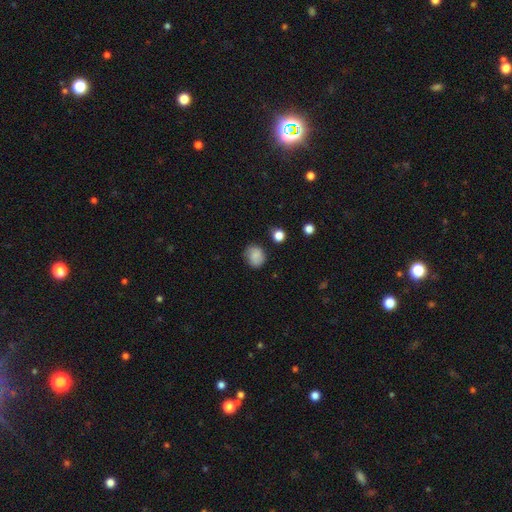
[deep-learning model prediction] Smooth or featured: smooth — 81% (star or artifact — 10%)
How rounded: round — 69% (in between — 30%)
Merging: none — 75% (minor disturbance — 19%)